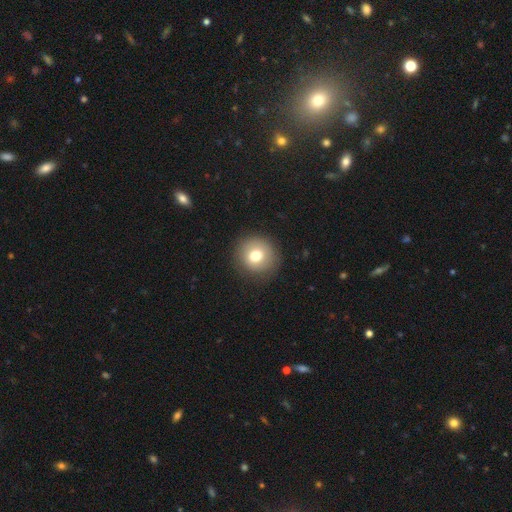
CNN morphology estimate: Q: Smooth or featured?
A: smooth (75%); runner-up: featured or disk (14%)
Q: How rounded?
A: round (93%); runner-up: in between (6%)
Q: Merging?
A: none (88%); runner-up: minor disturbance (8%)